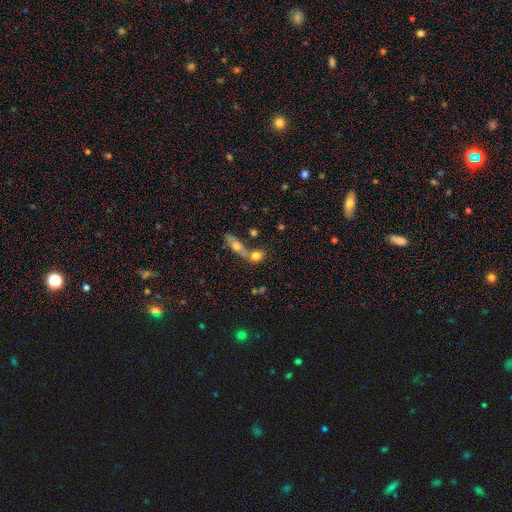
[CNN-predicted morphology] Smooth or featured: smooth — 74% (featured or disk — 16%)
How rounded: round — 46% (in between — 44%)
Merging: merger — 45% (none — 41%)